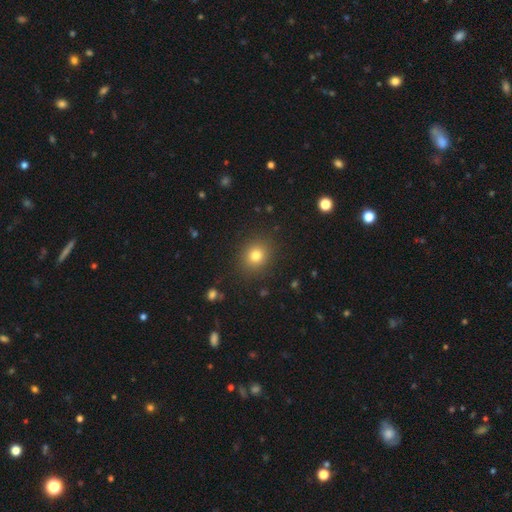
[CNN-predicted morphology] A smooth galaxy with no disk features (79%) that is round (78%).

Vote fractions:
- Smooth or featured? smooth: 79% / star or artifact: 13% / featured or disk: 8%
- How rounded? round: 78% / in between: 21% / cigar-shaped: 1%
- Merging? none: 88% / minor disturbance: 8% / major disturbance: 3% / merger: 1%